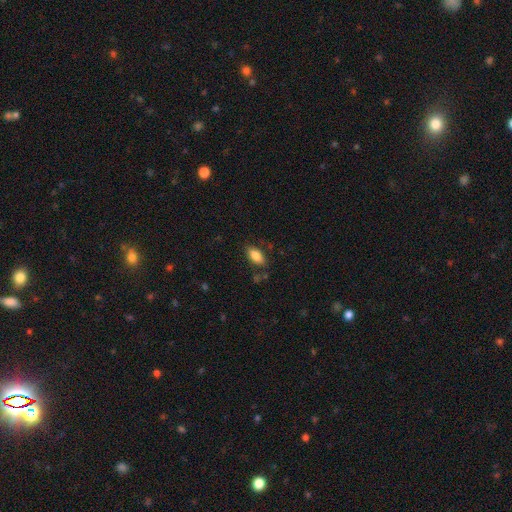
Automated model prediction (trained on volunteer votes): Overall: smooth (84%). How rounded: in between (91%). Merging: none (81%).